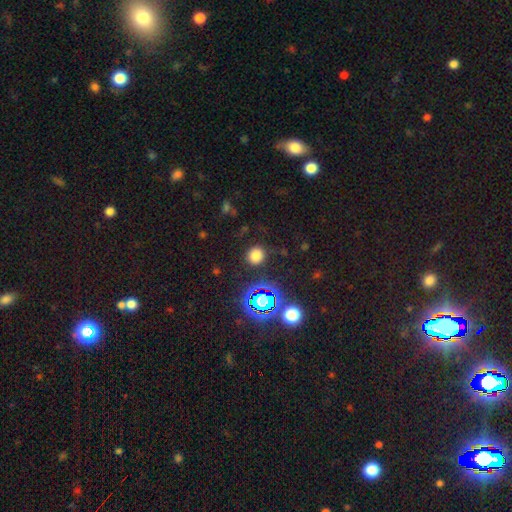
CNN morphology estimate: smooth 72%, star or artifact 23%, featured or disk 6%. Down the decision tree: how rounded — round (88%); merging — none (87%).